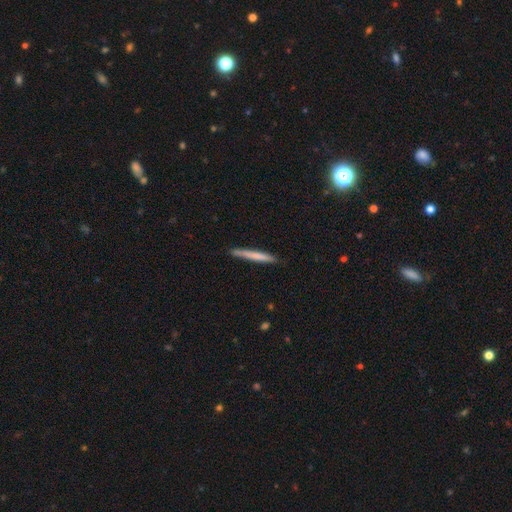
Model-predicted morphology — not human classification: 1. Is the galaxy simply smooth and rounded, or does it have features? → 66% smooth, 28% featured or disk, 6% star or artifact.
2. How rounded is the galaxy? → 97% cigar-shaped, 2% in between, 1% round.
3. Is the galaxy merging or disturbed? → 86% none, 11% minor disturbance, 2% major disturbance, 1% merger.